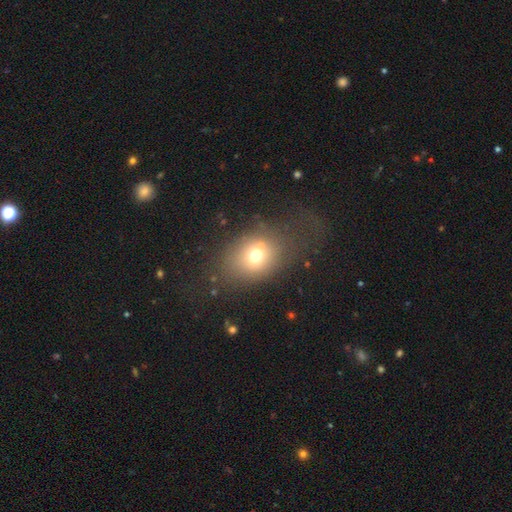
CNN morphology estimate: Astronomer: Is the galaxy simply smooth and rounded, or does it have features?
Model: smooth — 67%.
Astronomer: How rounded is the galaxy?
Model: round — 51% (runner-up: in between, 48%).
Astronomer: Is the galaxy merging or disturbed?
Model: none — 62%.